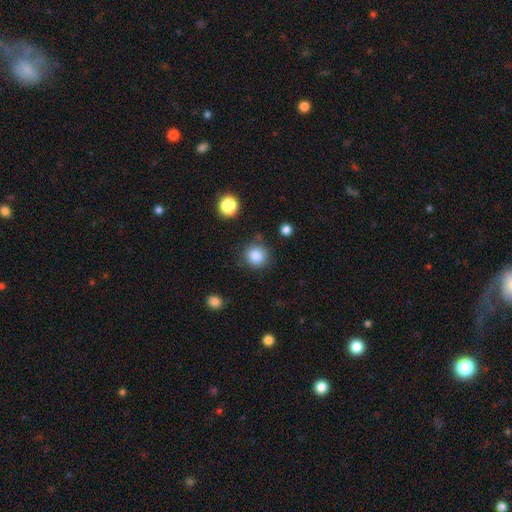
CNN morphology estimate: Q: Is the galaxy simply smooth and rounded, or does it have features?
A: smooth — 86%.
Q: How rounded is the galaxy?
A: round — 91%.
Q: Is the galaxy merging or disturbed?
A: none — 83%.